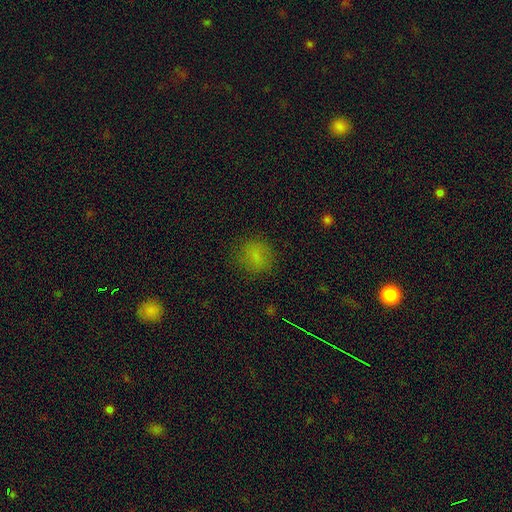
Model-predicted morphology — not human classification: Q: Smooth or featured?
A: smooth (75%); runner-up: star or artifact (16%)
Q: How rounded?
A: round (77%); runner-up: in between (21%)
Q: Merging?
A: none (81%); runner-up: minor disturbance (13%)